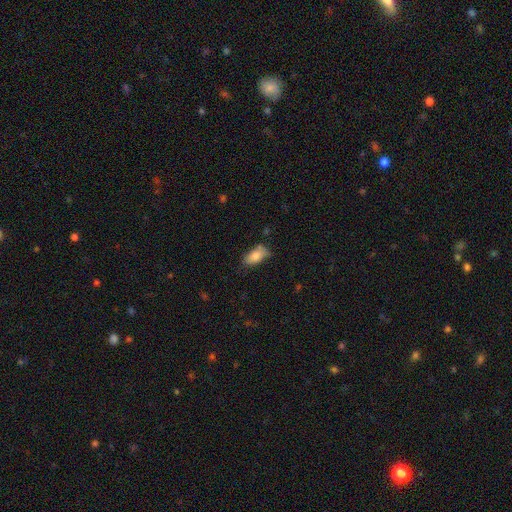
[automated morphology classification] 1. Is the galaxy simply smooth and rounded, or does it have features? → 81% smooth, 11% featured or disk, 8% star or artifact.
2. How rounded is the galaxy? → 89% in between, 7% cigar-shaped, 4% round.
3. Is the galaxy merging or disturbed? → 60% none, 30% minor disturbance, 7% major disturbance, 4% merger.